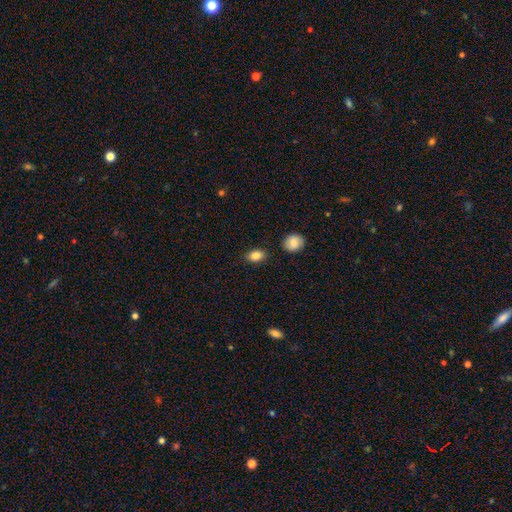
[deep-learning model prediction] Morphology: type=smooth (86%); roundness=in between (80%); merging=none (84%).